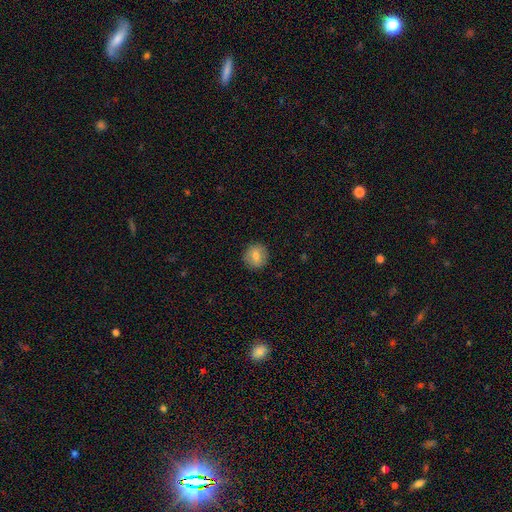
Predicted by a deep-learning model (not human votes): Smooth or featured? Predicted: smooth (p=0.77). How rounded? Predicted: round (p=0.90). Merging? Predicted: none (p=0.90).